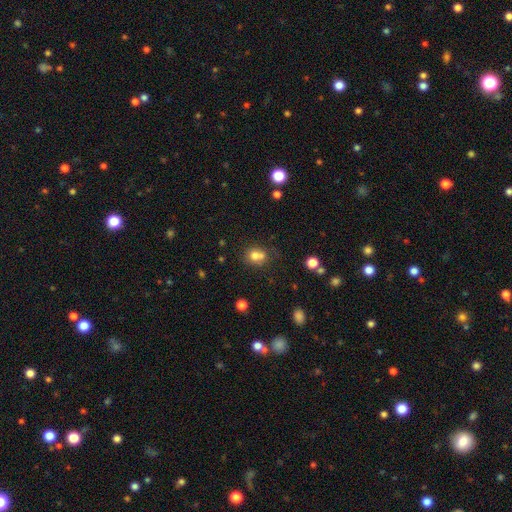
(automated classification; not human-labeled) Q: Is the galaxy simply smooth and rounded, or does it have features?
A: smooth — 73%.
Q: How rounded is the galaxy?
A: round — 66%.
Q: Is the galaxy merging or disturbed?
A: none — 42%.